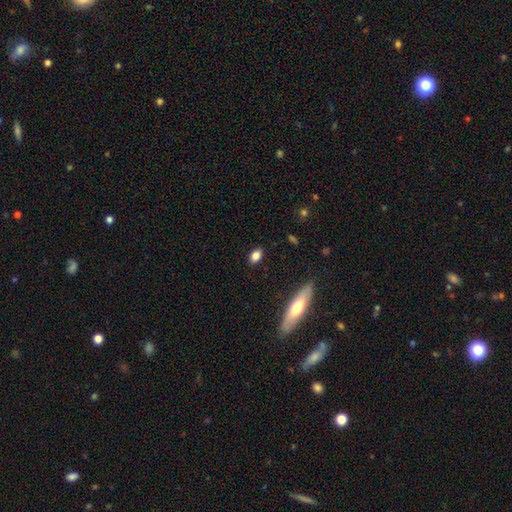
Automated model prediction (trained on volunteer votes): Smooth or featured?
  - smooth: 82% *
  - star or artifact: 9%
  - featured or disk: 8%
How rounded?
  - in between: 80% *
  - round: 15%
  - cigar-shaped: 5%
Merging?
  - none: 85% *
  - minor disturbance: 11%
  - major disturbance: 3%
  - merger: 2%